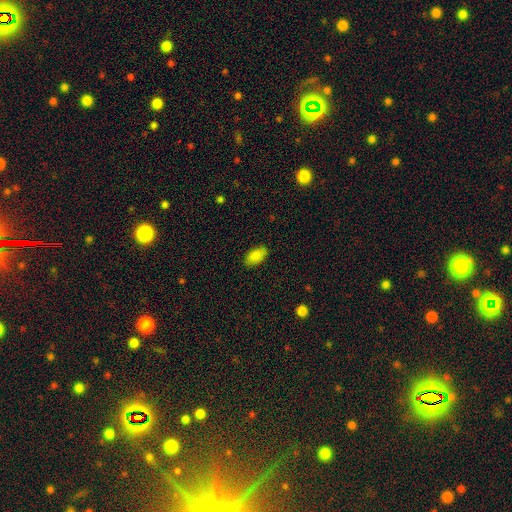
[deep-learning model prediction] Smooth or featured? Predicted: smooth (p=0.87). How rounded? Predicted: in between (p=0.93). Merging? Predicted: none (p=0.86).